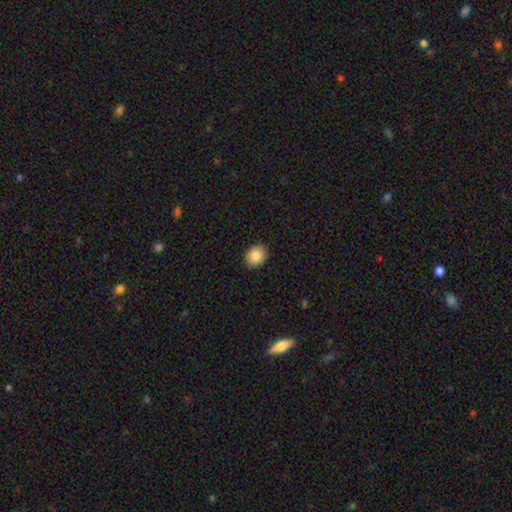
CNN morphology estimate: Smooth or featured: smooth — 85% (star or artifact — 8%)
How rounded: round — 60% (in between — 39%)
Merging: none — 89% (minor disturbance — 8%)